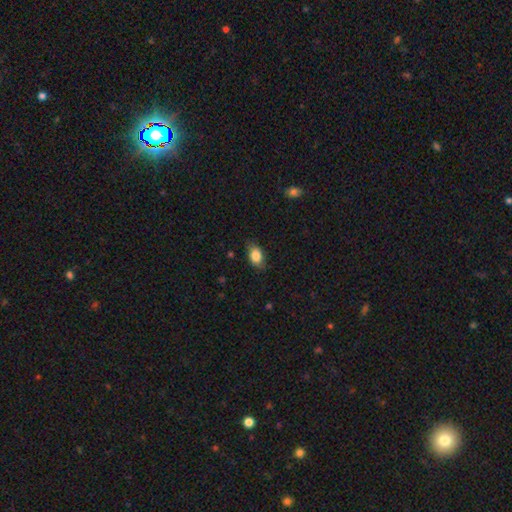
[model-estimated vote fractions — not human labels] Overall: smooth (84%). How rounded: in between (85%). Merging: none (79%).